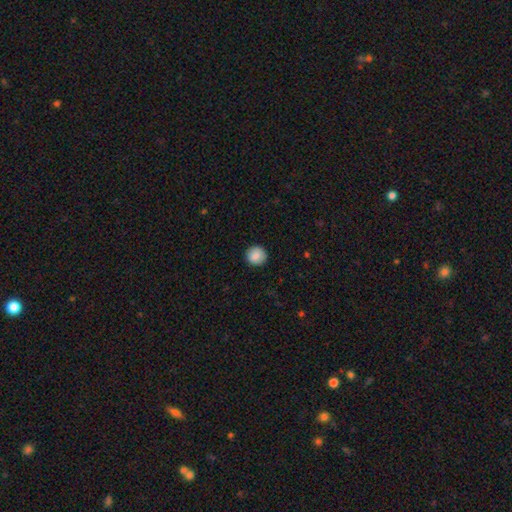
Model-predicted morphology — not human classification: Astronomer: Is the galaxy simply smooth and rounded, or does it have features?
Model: smooth — 86%.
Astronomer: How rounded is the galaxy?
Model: round — 92%.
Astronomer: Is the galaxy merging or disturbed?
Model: none — 90%.